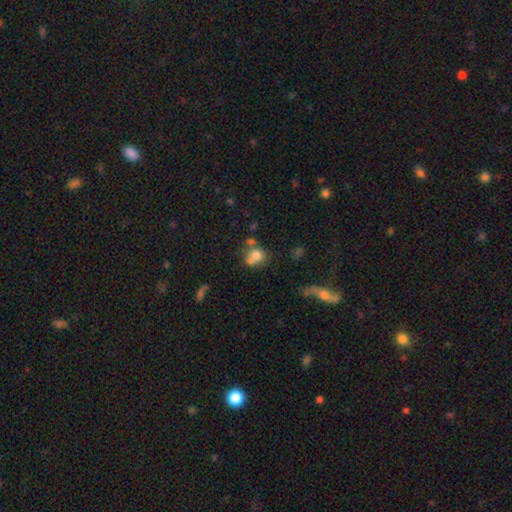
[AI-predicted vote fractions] This appears to be a smooth galaxy with no disk features (73%) that is round (74%). Merging: none (41%).